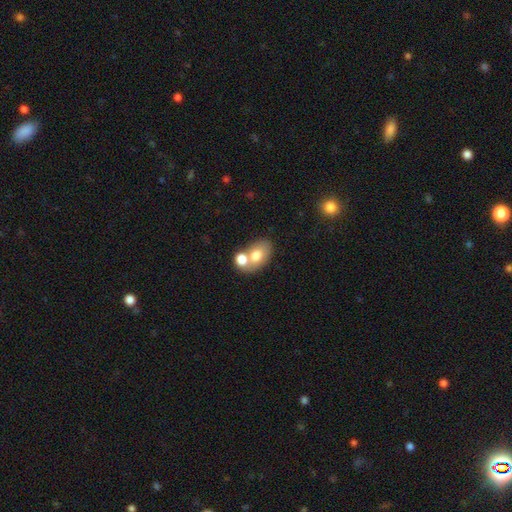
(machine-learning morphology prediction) Overall: smooth (72%). How rounded: in between (82%). Merging: merger (45%; none 39%).